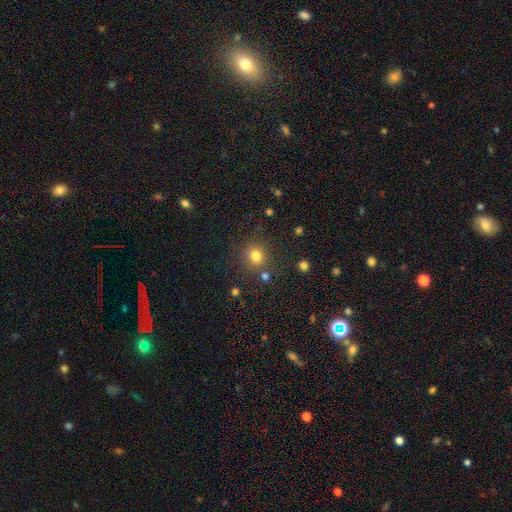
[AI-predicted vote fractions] smooth-or-featured: smooth: 78% | star or artifact: 16% | featured or disk: 6%
  how-rounded: round: 88% | in between: 11% | cigar-shaped: 1%
  merging: none: 79% | minor disturbance: 9% | merger: 8% | major disturbance: 4%